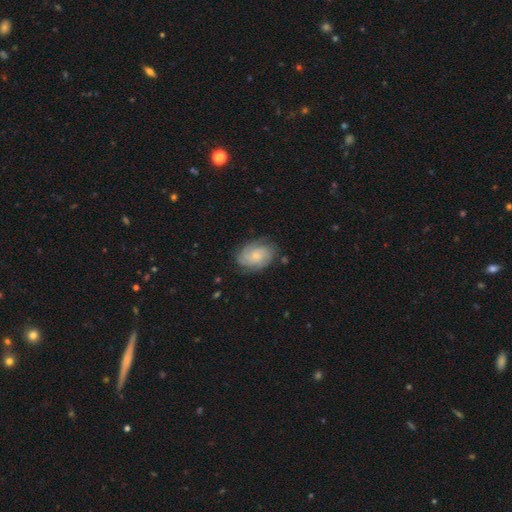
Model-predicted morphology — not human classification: The model was most divided on "spiral arm count": can't tell: 37%, 2: 23%, 3: 20%, 4: 10%, 1: 5%, more than 4: 5%. More confident: edge-on disk — no (97%); spiral arms — yes (92%); bar — no (75%); merging — none (75%); smooth or featured — featured or disk (65%); bulge size — small (62%); spiral winding — tight (62%).